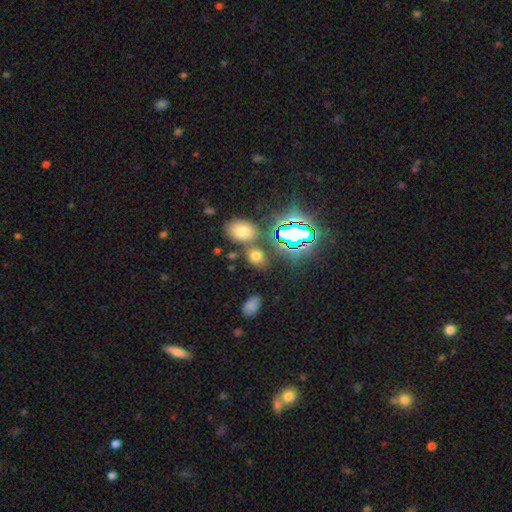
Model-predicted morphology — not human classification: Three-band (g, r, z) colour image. It shows a smooth galaxy with no disk features (61%) that is in between round and cigar-shaped (63%). Merging: none (68%).